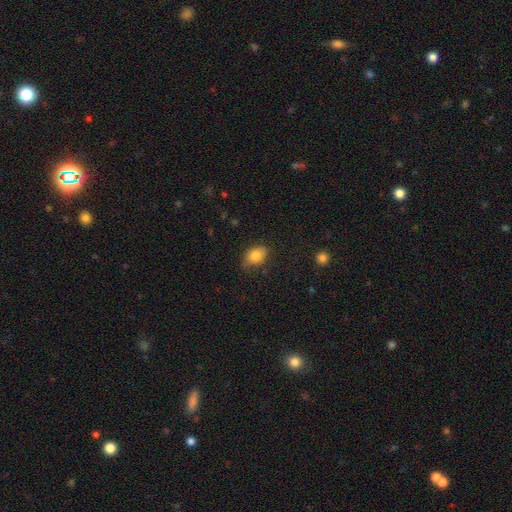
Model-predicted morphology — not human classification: smooth_or_featured: smooth (p=0.83) [alt: star or artifact p=0.09]
how_rounded: in between (p=0.76) [alt: round p=0.23]
merging: none (p=0.70) [alt: minor disturbance p=0.22]